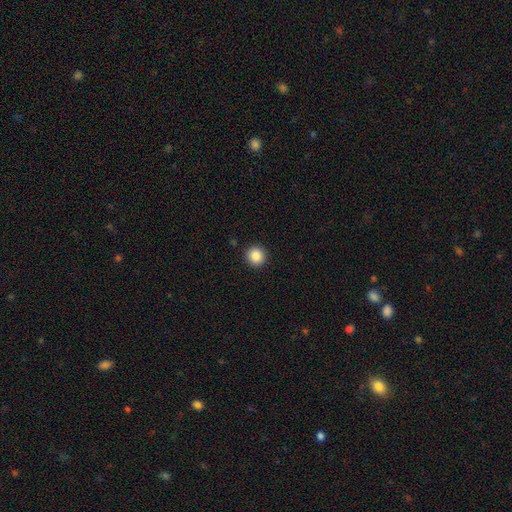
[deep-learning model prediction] A smooth galaxy with no disk features (87%) that is round (94%). Merging: none (93%).